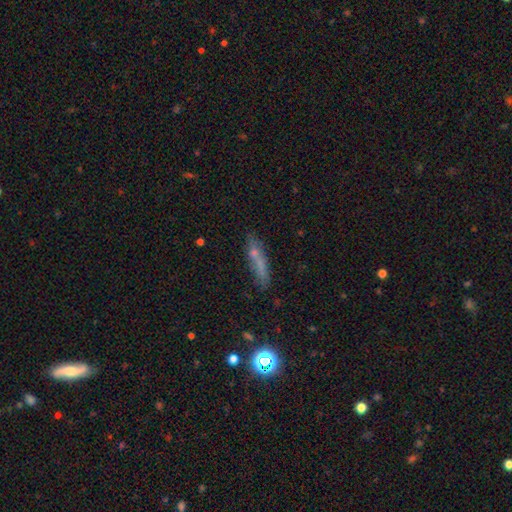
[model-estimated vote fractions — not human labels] Q: Smooth or featured?
A: smooth (52%); runner-up: featured or disk (31%)
Q: How rounded?
A: cigar-shaped (82%); runner-up: in between (14%)
Q: Merging?
A: none (70%); runner-up: minor disturbance (18%)